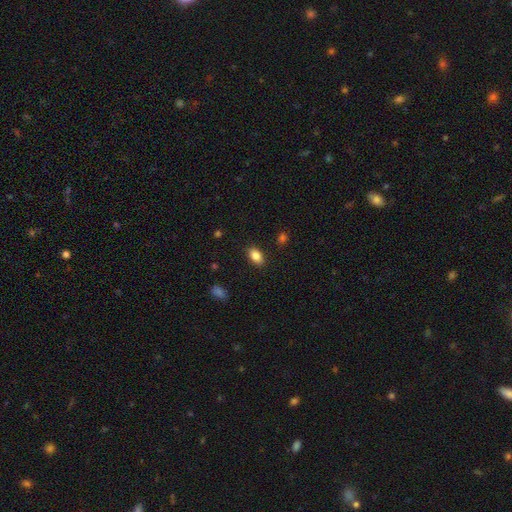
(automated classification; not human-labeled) A smooth galaxy with no disk features (86%) that is in between round and cigar-shaped (89%). Merging: none (87%).